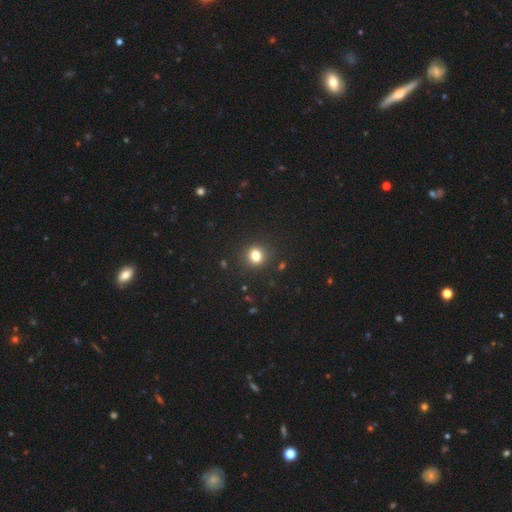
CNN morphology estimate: Q: Smooth or featured?
A: smooth (80%); runner-up: star or artifact (14%)
Q: How rounded?
A: round (78%); runner-up: in between (21%)
Q: Merging?
A: none (88%); runner-up: minor disturbance (8%)